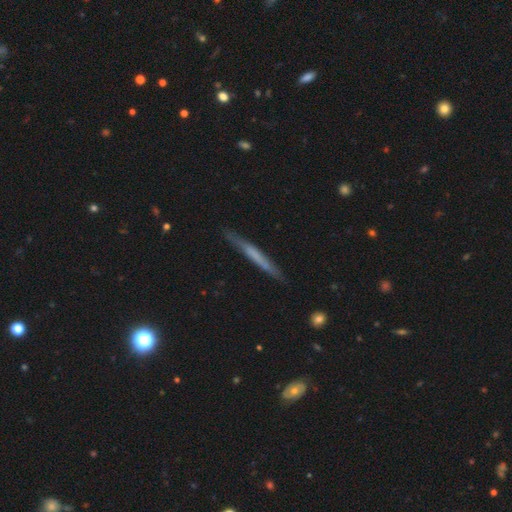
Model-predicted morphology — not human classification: A featured or disk galaxy (47%, tied with smooth). Merging: none (85%).